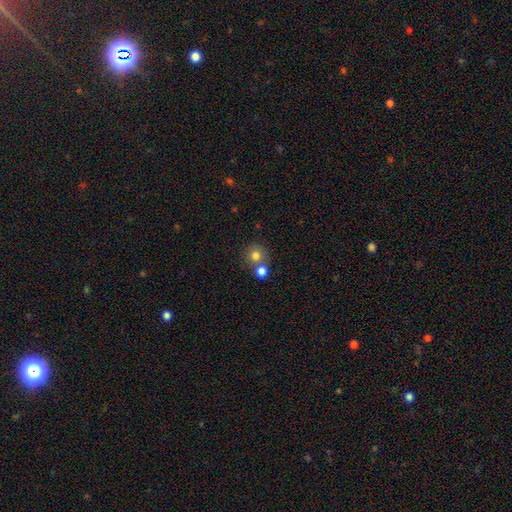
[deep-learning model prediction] Smooth or featured? smooth (77%)
How rounded? round (89%)
Merging? none (57%)